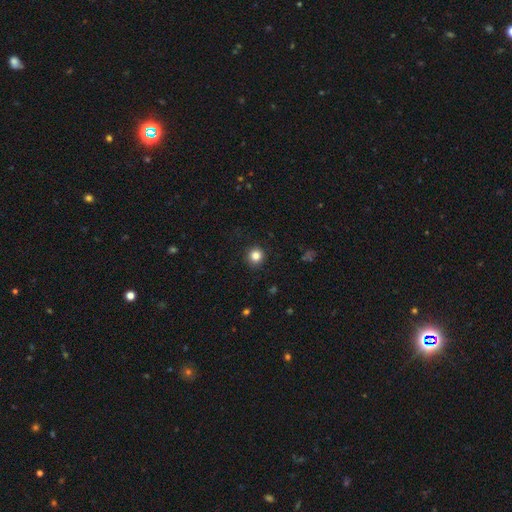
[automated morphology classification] This is clearly a smooth galaxy (84%). How rounded: clearly round (94%). Merging: clearly none (92%).